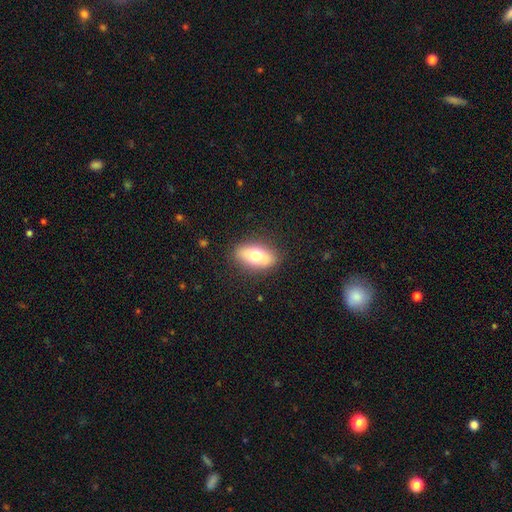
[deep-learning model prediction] A smooth galaxy with no disk features (69%) that is in between round and cigar-shaped (85%).

Vote fractions:
- Smooth or featured? smooth: 69% / featured or disk: 24% / star or artifact: 7%
- How rounded? in between: 85% / cigar-shaped: 8% / round: 7%
- Merging? none: 86% / minor disturbance: 10% / major disturbance: 3% / merger: 1%